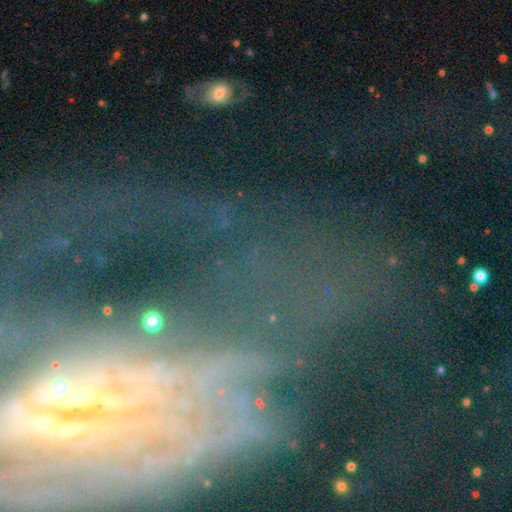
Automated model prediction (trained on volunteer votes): smooth_or_featured: featured or disk (p=0.56) [alt: star or artifact p=0.29]
disk_edge_on: no (p=0.79) [alt: yes p=0.21]
merging: none (p=0.55) [alt: major disturbance p=0.21]